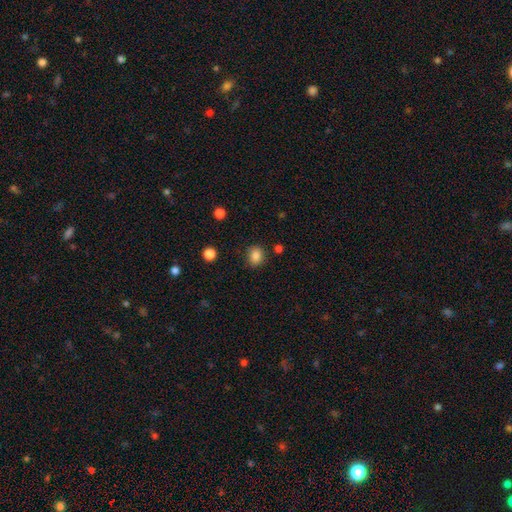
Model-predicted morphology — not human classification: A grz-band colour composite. It shows a smooth galaxy with no disk features (85%) that is round (62%). Merging: none (82%).